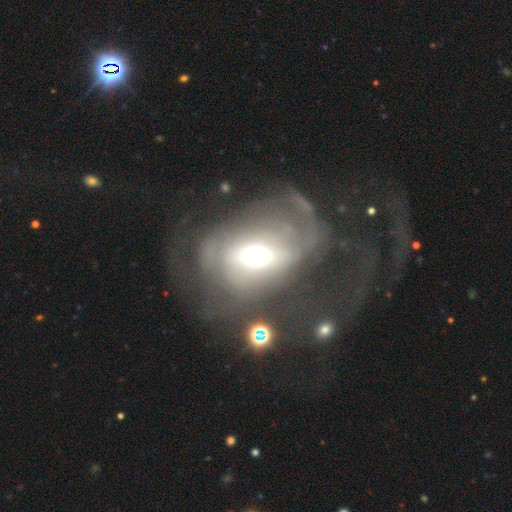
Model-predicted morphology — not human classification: A featured or disk galaxy (60%) with no bar (59%), spiral arms (52%) and a moderate central bulge (61%). Merging: major disturbance (53%).